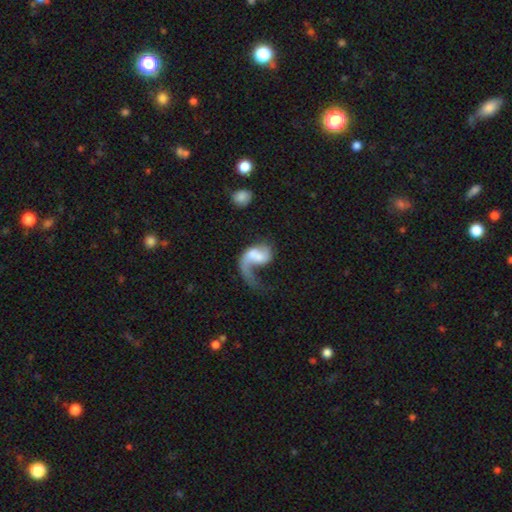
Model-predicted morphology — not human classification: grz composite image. It shows a featured or disk galaxy (67%) with no bar (57%), 1 (80%) loose (79%) spiral arms (85%) and no central bulge (30%). Merging: major disturbance (54%).